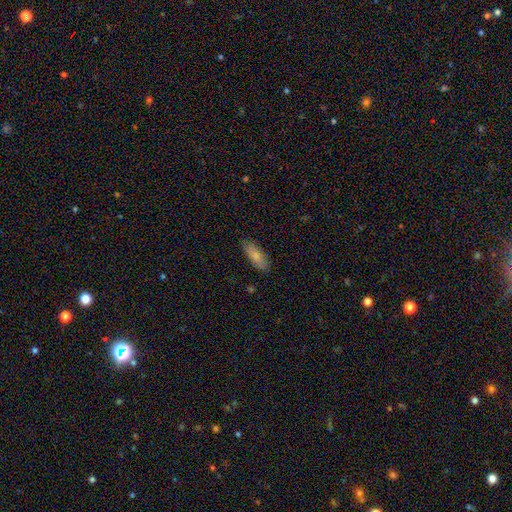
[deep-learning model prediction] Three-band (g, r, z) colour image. It shows a smooth galaxy with no disk features (81%) that is in between round and cigar-shaped (62%). Merging: none (86%).